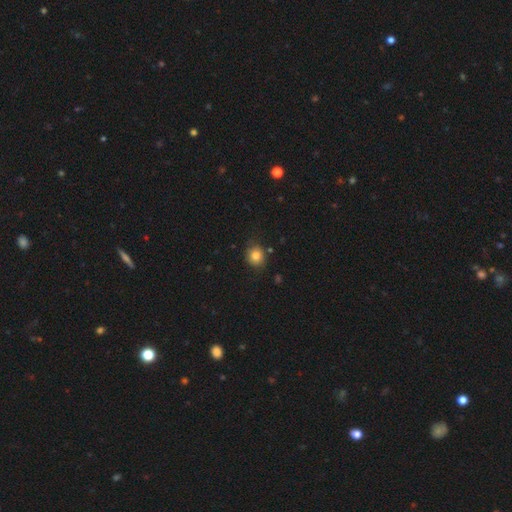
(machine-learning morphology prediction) Smooth or featured? smooth (83%)
How rounded? round (77%)
Merging? none (80%)